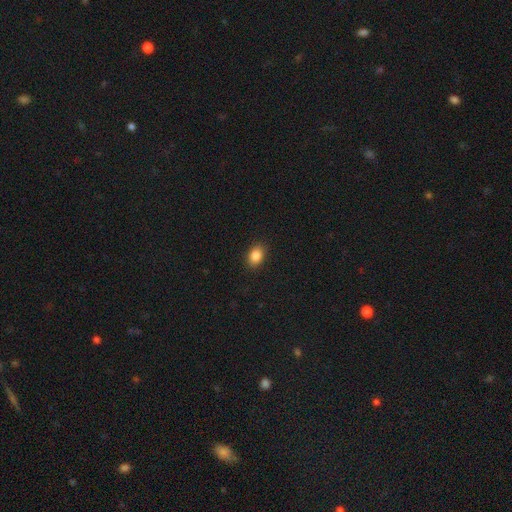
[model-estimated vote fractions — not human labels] This is clearly a smooth galaxy (87%). How rounded: likely in between (73%). Merging: clearly none (89%).